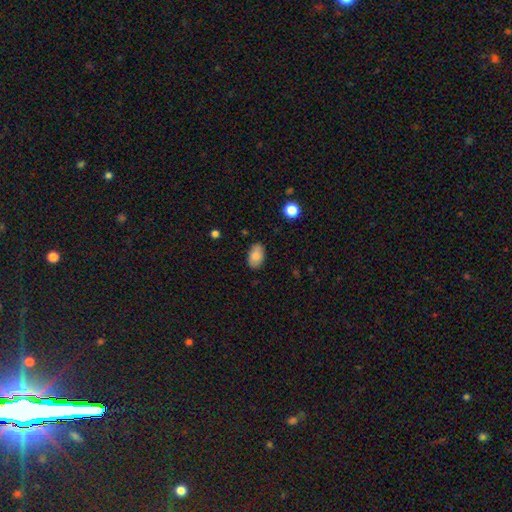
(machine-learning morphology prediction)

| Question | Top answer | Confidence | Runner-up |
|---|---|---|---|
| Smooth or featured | smooth | 85% | star or artifact (8%) |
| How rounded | in between | 91% | round (7%) |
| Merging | none | 83% | minor disturbance (13%) |